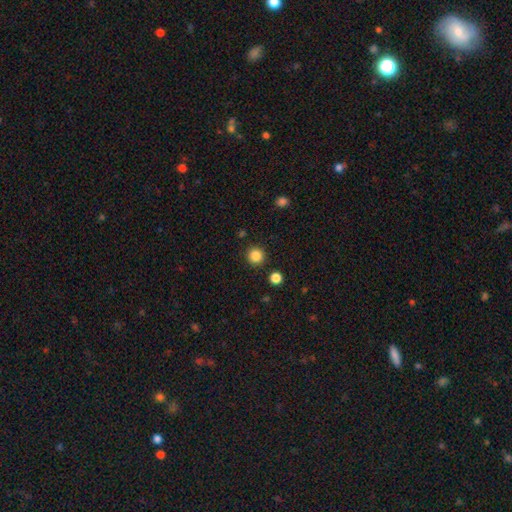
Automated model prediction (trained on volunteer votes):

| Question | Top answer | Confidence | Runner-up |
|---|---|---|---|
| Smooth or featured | smooth | 85% | star or artifact (11%) |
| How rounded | round | 95% | in between (4%) |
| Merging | none | 91% | minor disturbance (5%) |